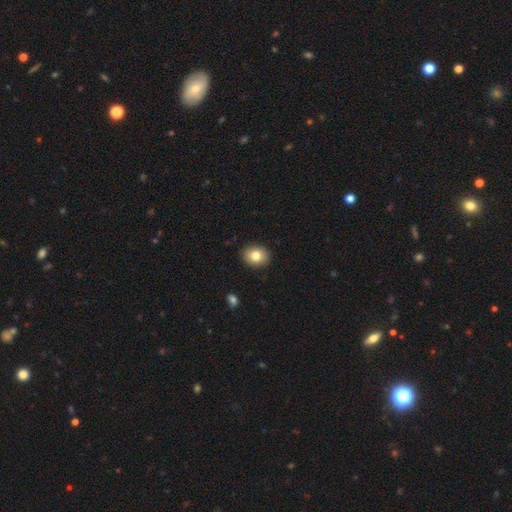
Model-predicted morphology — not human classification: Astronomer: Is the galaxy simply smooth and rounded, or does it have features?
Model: smooth — 81%.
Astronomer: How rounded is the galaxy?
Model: round — 56% (runner-up: in between, 43%).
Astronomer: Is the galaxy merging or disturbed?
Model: none — 91%.